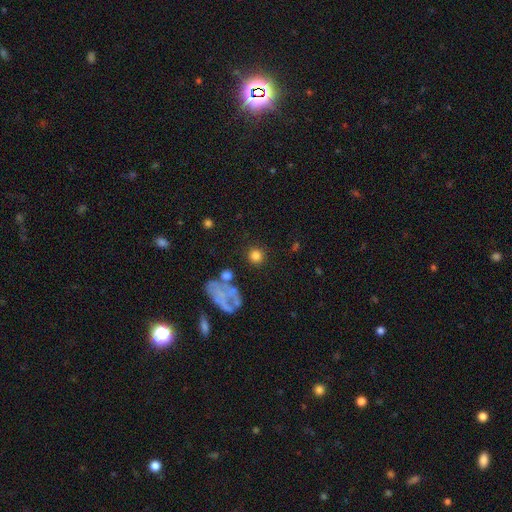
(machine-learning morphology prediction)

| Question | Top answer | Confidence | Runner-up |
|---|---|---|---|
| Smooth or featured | smooth | 76% | featured or disk (12%) |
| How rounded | round | 91% | in between (8%) |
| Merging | none | 79% | minor disturbance (9%) |